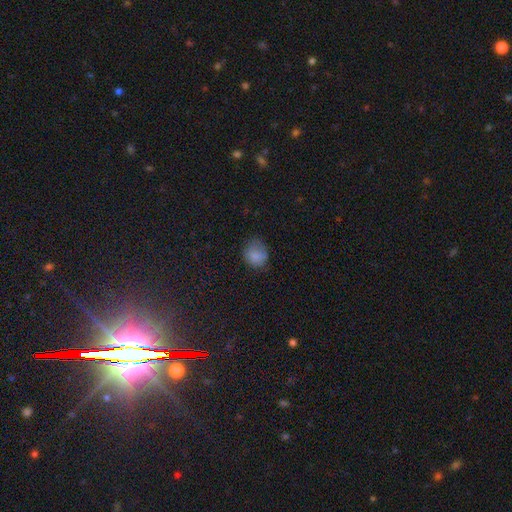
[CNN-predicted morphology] Smooth or featured? smooth (79%)
How rounded? round (73%)
Merging? none (63%)